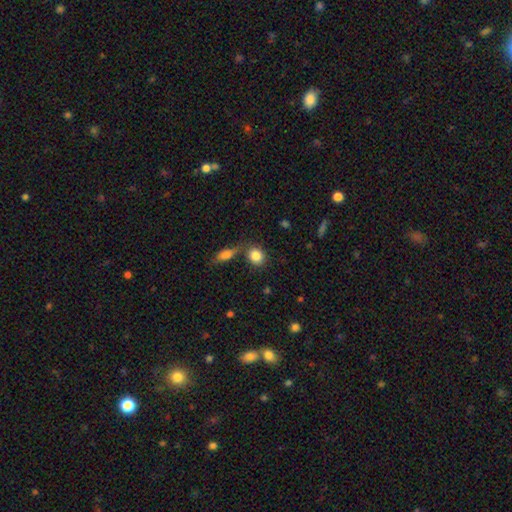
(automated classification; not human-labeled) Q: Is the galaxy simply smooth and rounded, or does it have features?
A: smooth — 84%.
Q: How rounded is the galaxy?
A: round — 62%.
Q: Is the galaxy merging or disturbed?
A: none — 66%.